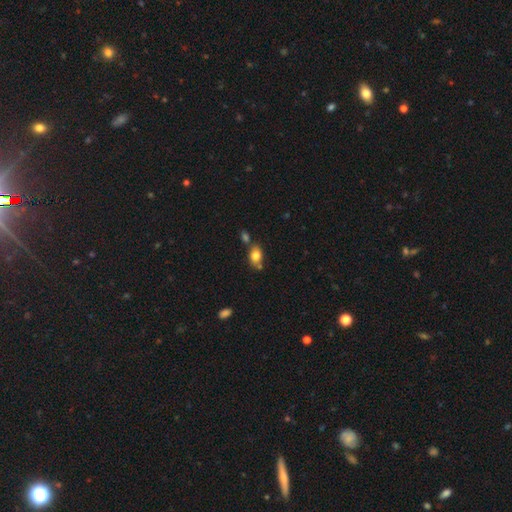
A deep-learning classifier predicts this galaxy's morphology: This is likely a smooth galaxy (79%). How rounded: likely in between (80%). Merging: likely none (62%).